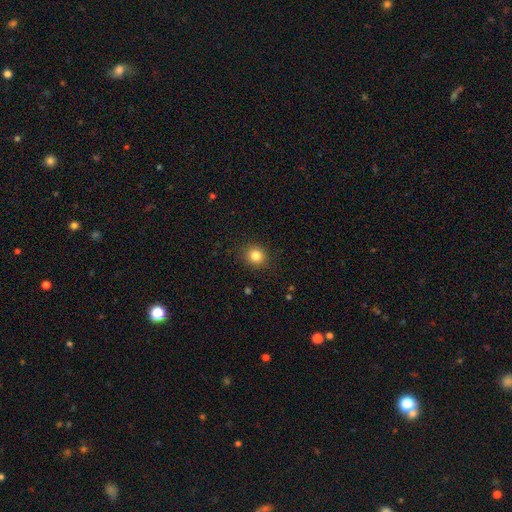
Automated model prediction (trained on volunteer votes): Overall: smooth (83%). How rounded: round (86%). Merging: none (90%).